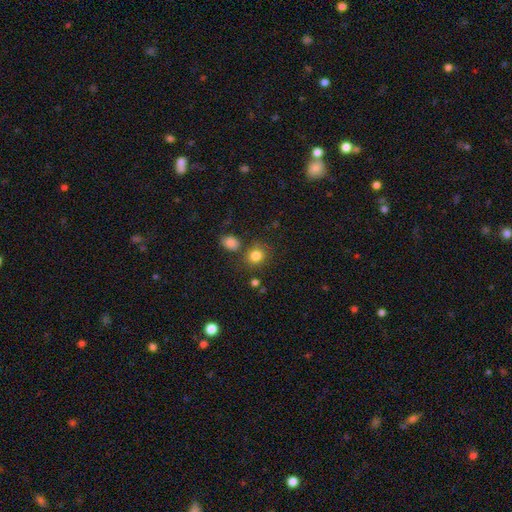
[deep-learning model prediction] This appears to be a smooth galaxy with no disk features (82%) that is round (76%). Merging: none (73%).